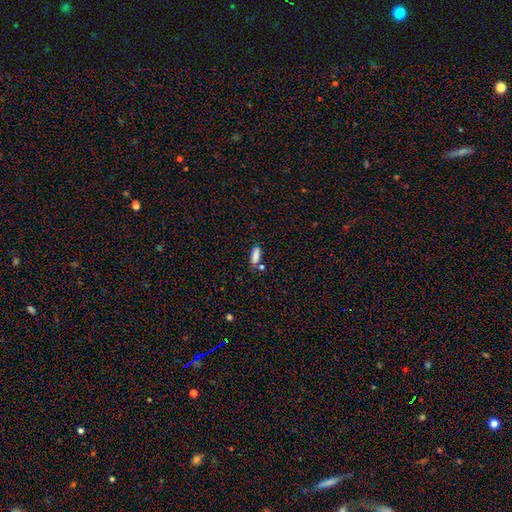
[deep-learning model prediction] Smooth or featured?
  - smooth: 82% *
  - star or artifact: 12%
  - featured or disk: 6%
How rounded?
  - in between: 63% *
  - cigar-shaped: 34%
  - round: 4%
Merging?
  - none: 70% *
  - minor disturbance: 16%
  - merger: 10%
  - major disturbance: 4%